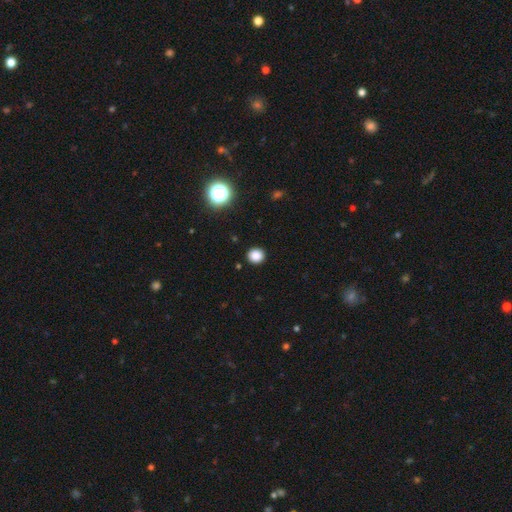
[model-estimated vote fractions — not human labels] A smooth galaxy with no disk features (84%) that is round (91%).

Vote fractions:
- Smooth or featured? smooth: 84% / star or artifact: 13% / featured or disk: 3%
- How rounded? round: 91% / in between: 8% / cigar-shaped: 1%
- Merging? none: 92% / minor disturbance: 5% / major disturbance: 2% / merger: 1%